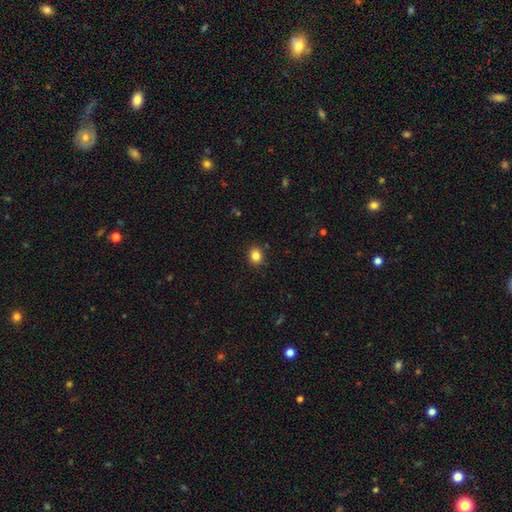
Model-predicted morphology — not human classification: smooth 84%, star or artifact 11%, featured or disk 5%. Down the decision tree: how rounded — round (63%); merging — none (90%).